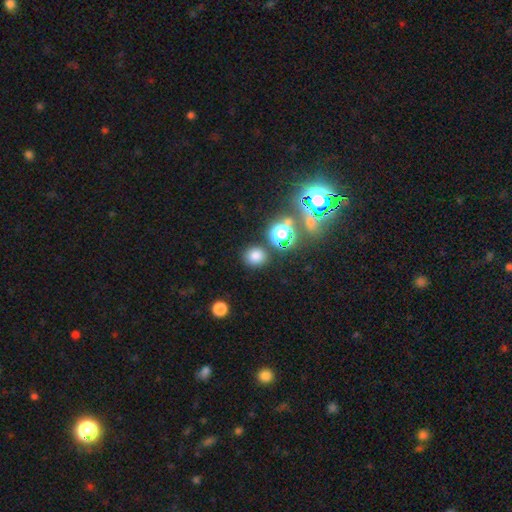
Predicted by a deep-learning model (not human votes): This is likely a smooth galaxy (74%). How rounded: likely round (78%). Merging: clearly none (84%).